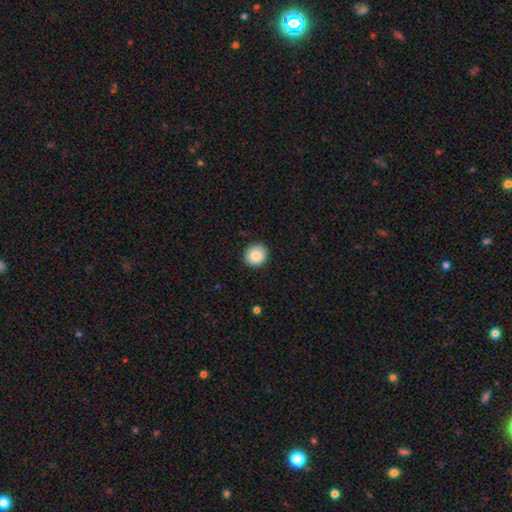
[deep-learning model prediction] Smooth or featured? Predicted: smooth (p=0.87). How rounded? Predicted: round (p=0.88). Merging? Predicted: none (p=0.91).